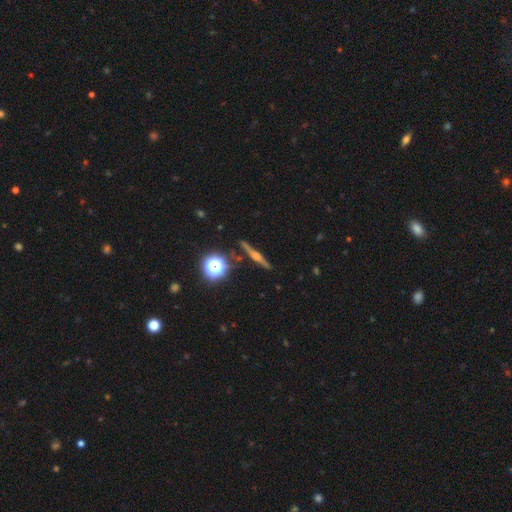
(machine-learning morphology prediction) Smooth or featured: featured or disk — 72% (smooth — 17%)
Edge-on disk: yes — 97% (no — 3%)
Edge-on bulge: rounded — 90% (boxy — 5%)
Merging: none — 90% (minor disturbance — 7%)